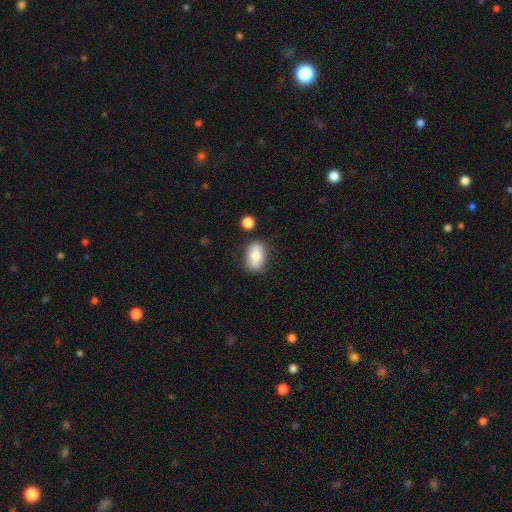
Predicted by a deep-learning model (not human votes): Smooth or featured?
  - smooth: 76% *
  - featured or disk: 17%
  - star or artifact: 7%
How rounded?
  - in between: 87% *
  - round: 9%
  - cigar-shaped: 3%
Merging?
  - none: 77% *
  - minor disturbance: 14%
  - merger: 5%
  - major disturbance: 3%